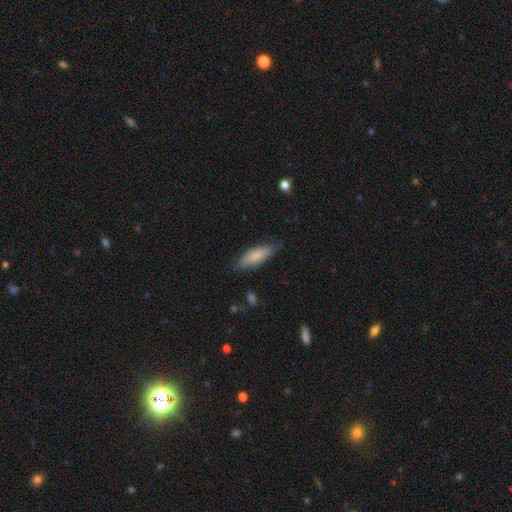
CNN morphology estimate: type=smooth (81%); roundness=in between (59%); merging=none (76%).